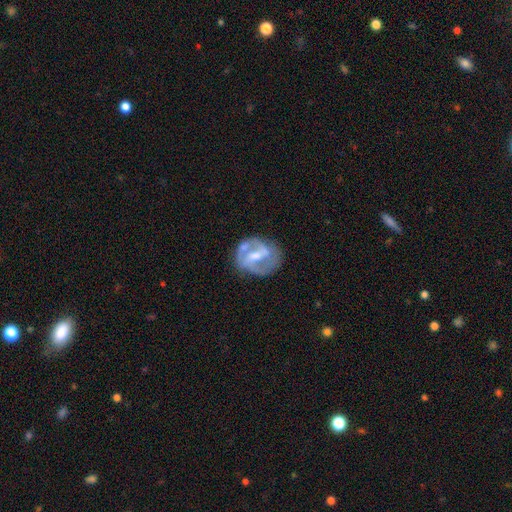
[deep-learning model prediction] Morphology: type=featured or disk (78%); edge-on=no (97%); bar=weak (43%); spiral arms=yes (80%); winding=medium (47%); arm count=2 (75%); bulge=moderate (51%); merging=none (64%).